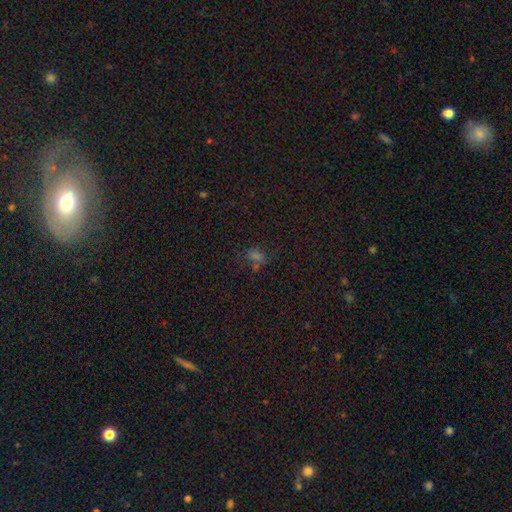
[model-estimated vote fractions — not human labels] Morphology: type=smooth (49%); merging=none (58%).